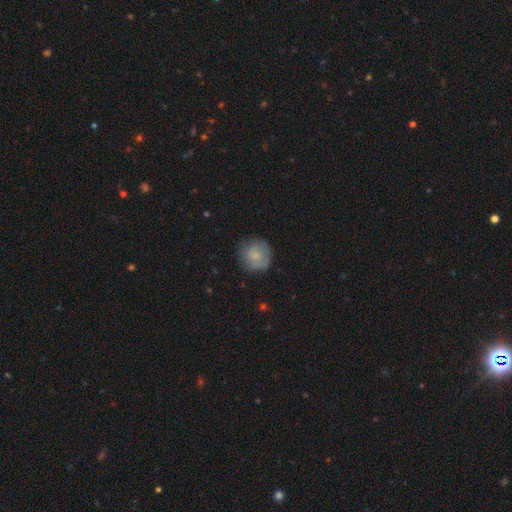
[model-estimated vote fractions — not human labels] Smooth or featured? Predicted: smooth (p=0.76). How rounded? Predicted: round (p=0.93). Merging? Predicted: none (p=0.76).